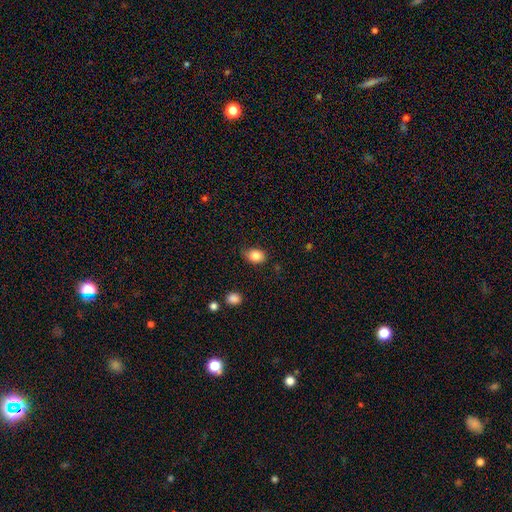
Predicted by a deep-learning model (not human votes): smooth_or_featured: smooth (p=0.86) [alt: star or artifact p=0.09]
how_rounded: in between (p=0.70) [alt: round p=0.29]
merging: none (p=0.72) [alt: minor disturbance p=0.23]